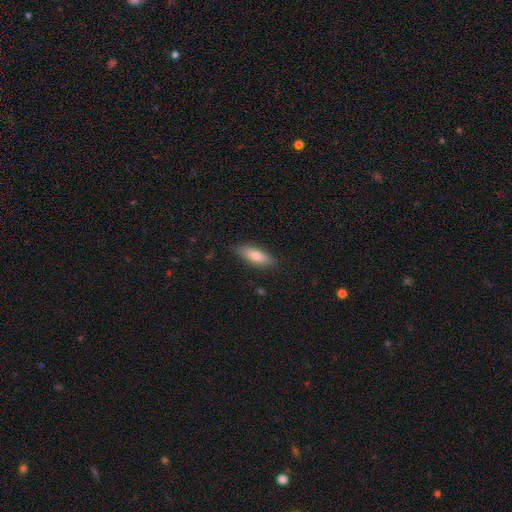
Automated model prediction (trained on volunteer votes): The model was most divided on "how rounded": in between: 59%, cigar-shaped: 39%, round: 2%. More confident: merging — none (83%); smooth or featured — smooth (77%).